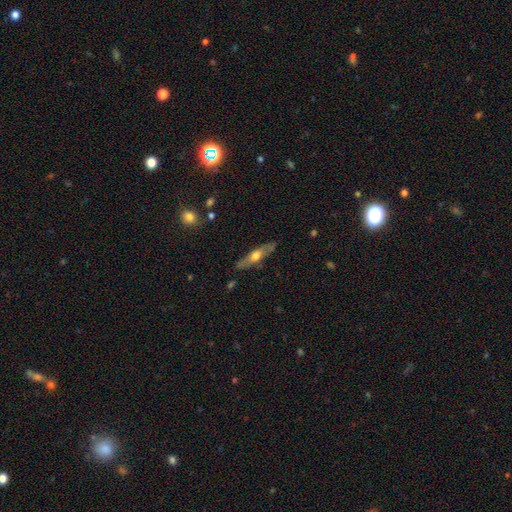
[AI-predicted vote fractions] Q: Smooth or featured?
A: featured or disk (51%); runner-up: smooth (43%)
Q: Edge-on disk?
A: yes (76%); runner-up: no (24%)
Q: Merging?
A: none (84%); runner-up: minor disturbance (12%)